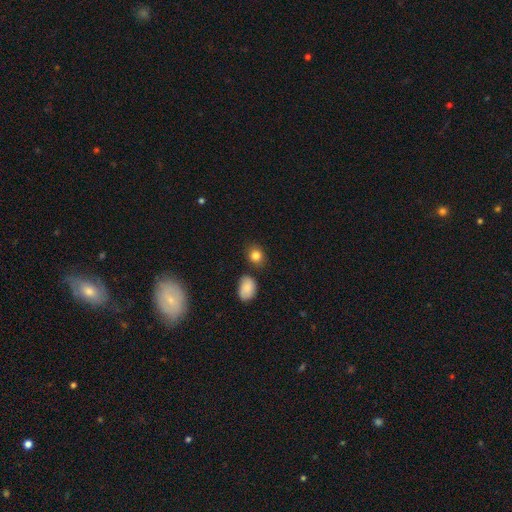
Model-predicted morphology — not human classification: Overall: smooth (83%). How rounded: round (57%; in between 42%). Merging: none (77%).